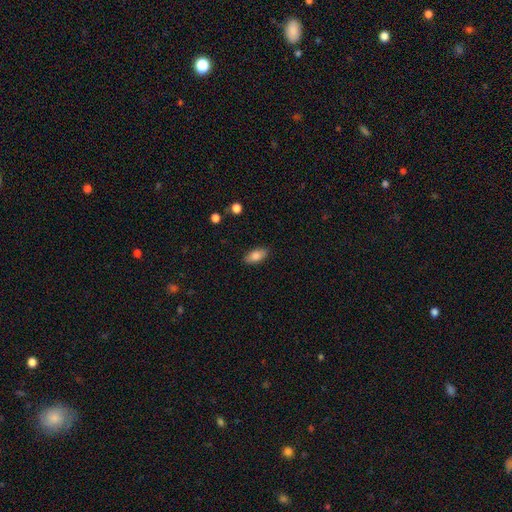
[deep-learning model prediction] Smooth or featured? Predicted: smooth (p=0.83). How rounded? Predicted: in between (p=0.88). Merging? Predicted: none (p=0.87).